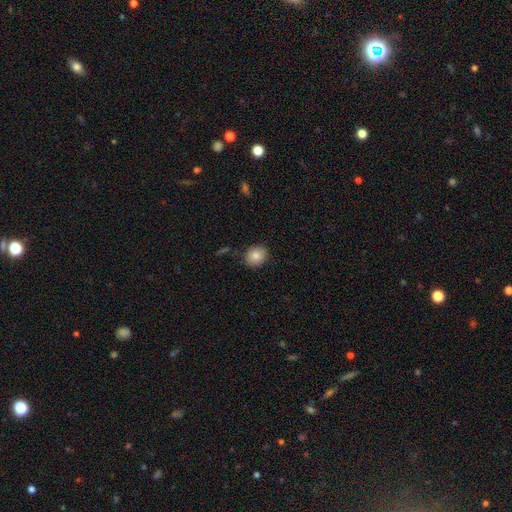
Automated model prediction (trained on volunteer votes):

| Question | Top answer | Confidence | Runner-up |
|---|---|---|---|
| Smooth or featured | smooth | 84% | star or artifact (9%) |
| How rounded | round | 71% | in between (28%) |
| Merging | none | 87% | minor disturbance (9%) |